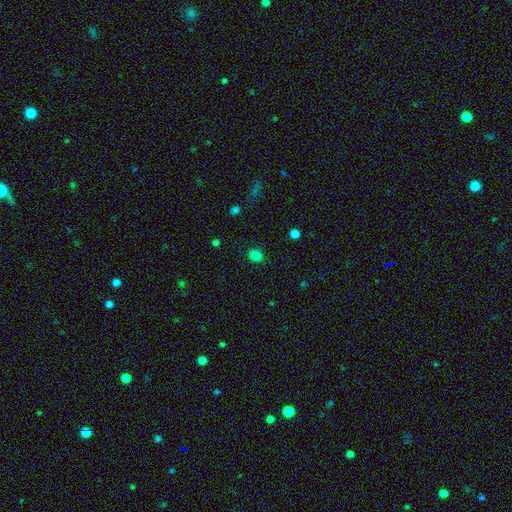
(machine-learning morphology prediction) smooth-or-featured: smooth: 81% | star or artifact: 15% | featured or disk: 4%
  how-rounded: round: 58% | in between: 41% | cigar-shaped: 1%
  merging: none: 85% | minor disturbance: 11% | major disturbance: 3% | merger: 1%